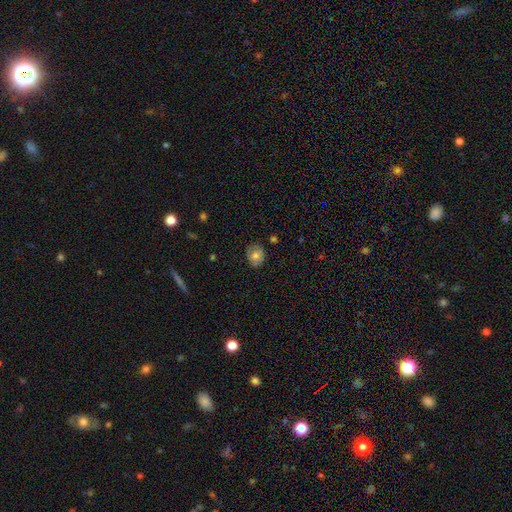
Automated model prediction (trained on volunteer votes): This appears to be a smooth galaxy with no disk features (70%) that is round (69%). Merging: none (82%).